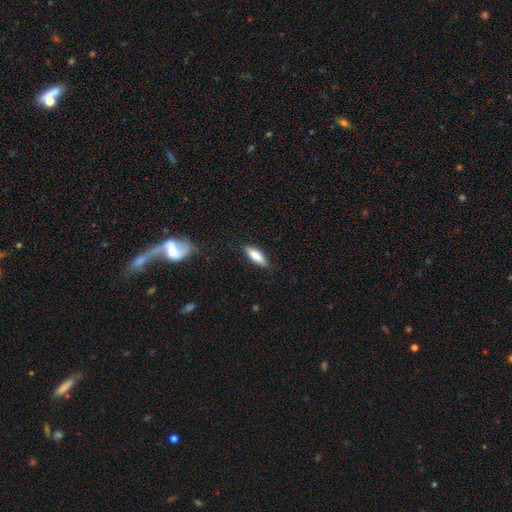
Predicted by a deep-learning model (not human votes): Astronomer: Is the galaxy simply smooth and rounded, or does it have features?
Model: smooth — 78%.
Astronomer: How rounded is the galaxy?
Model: in between — 56% (runner-up: cigar-shaped, 42%).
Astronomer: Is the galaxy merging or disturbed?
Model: none — 83%.